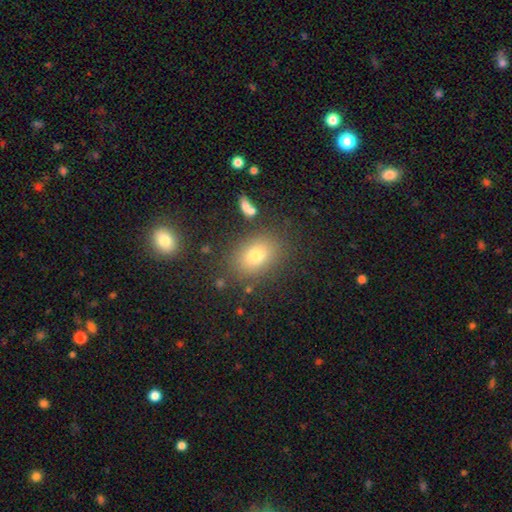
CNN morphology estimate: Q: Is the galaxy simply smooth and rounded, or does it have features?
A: smooth — 75%.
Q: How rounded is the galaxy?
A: in between — 69%.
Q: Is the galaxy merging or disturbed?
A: none — 81%.